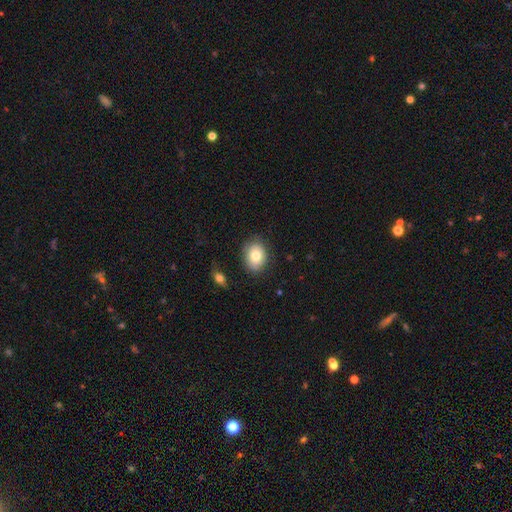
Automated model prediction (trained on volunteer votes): Overall: smooth (77%). How rounded: in between (59%; round 40%). Merging: none (82%).